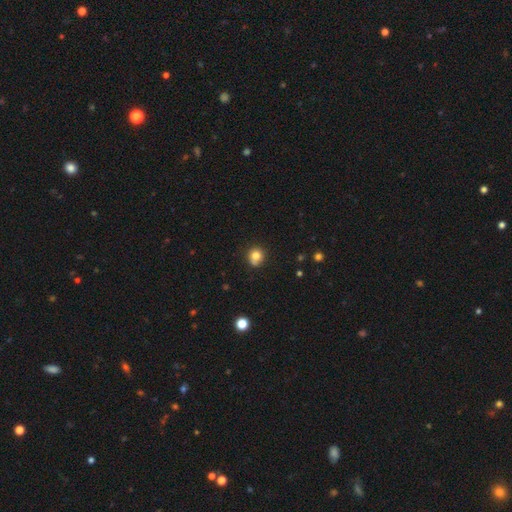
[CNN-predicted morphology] Smooth or featured? Predicted: smooth (p=0.79). How rounded? Predicted: round (p=0.87). Merging? Predicted: none (p=0.68).